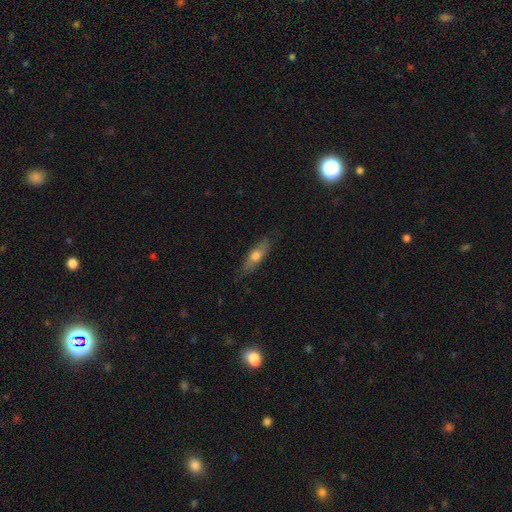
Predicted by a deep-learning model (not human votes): Q: Smooth or featured?
A: smooth (57%); runner-up: featured or disk (37%)
Q: How rounded?
A: cigar-shaped (57%); runner-up: in between (40%)
Q: Merging?
A: none (82%); runner-up: minor disturbance (14%)